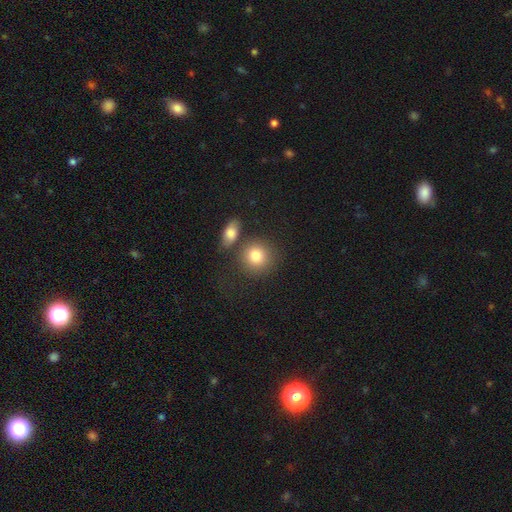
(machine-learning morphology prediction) The model was most divided on "merging": none: 68%, merger: 18%, minor disturbance: 10%, major disturbance: 4%. More confident: how rounded — round (84%); smooth or featured — smooth (82%).